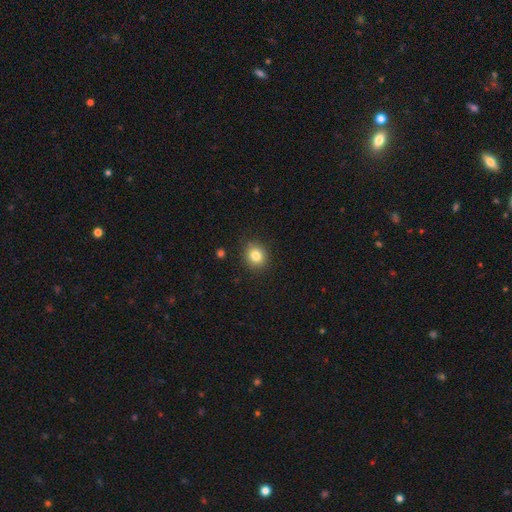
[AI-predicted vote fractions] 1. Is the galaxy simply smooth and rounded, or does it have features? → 83% smooth, 11% star or artifact, 7% featured or disk.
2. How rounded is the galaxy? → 79% round, 20% in between, 1% cigar-shaped.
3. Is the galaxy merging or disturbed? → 88% none, 8% minor disturbance, 2% major disturbance, 1% merger.